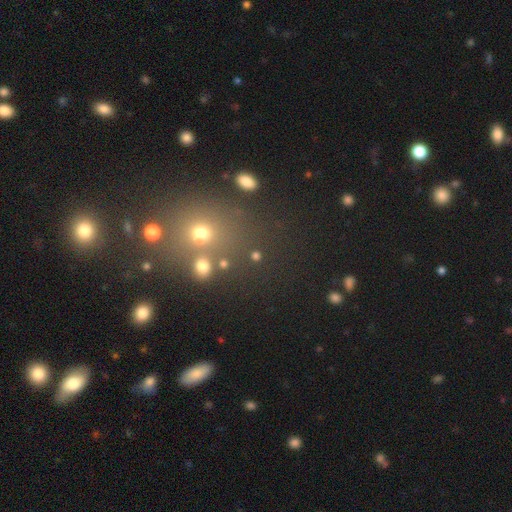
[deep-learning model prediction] This is possibly a smooth galaxy (59%). How rounded: likely round (76%). Merging: likely none (68%).